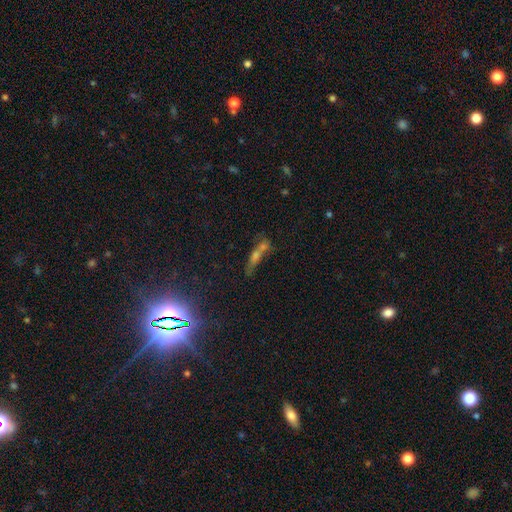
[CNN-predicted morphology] The model was most divided on "merging": merger: 43%, none: 37%, minor disturbance: 11%, major disturbance: 8%. Remaining: smooth or featured — smooth (41%).